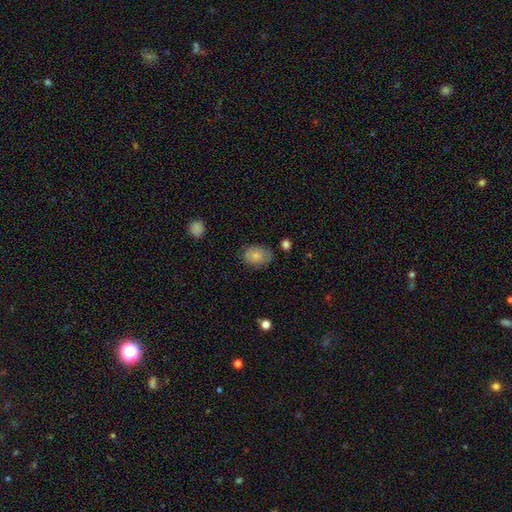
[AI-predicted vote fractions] smooth-or-featured: smooth: 80% | featured or disk: 12% | star or artifact: 8%
  how-rounded: in between: 78% | round: 20% | cigar-shaped: 1%
  merging: none: 74% | minor disturbance: 19% | major disturbance: 5% | merger: 2%